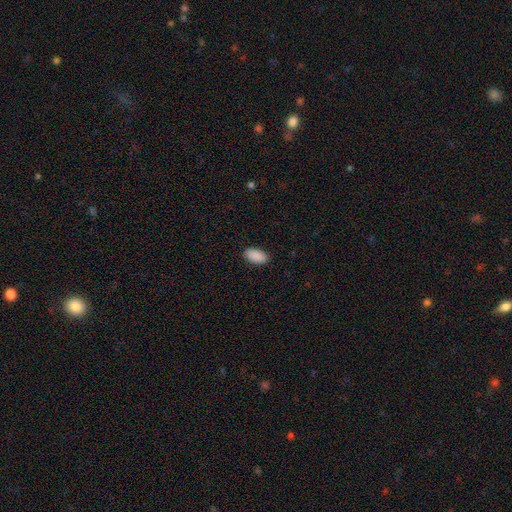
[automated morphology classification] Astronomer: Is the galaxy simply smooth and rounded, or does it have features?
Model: smooth — 91%.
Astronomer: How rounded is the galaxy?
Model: in between — 95%.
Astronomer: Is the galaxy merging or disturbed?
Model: none — 90%.